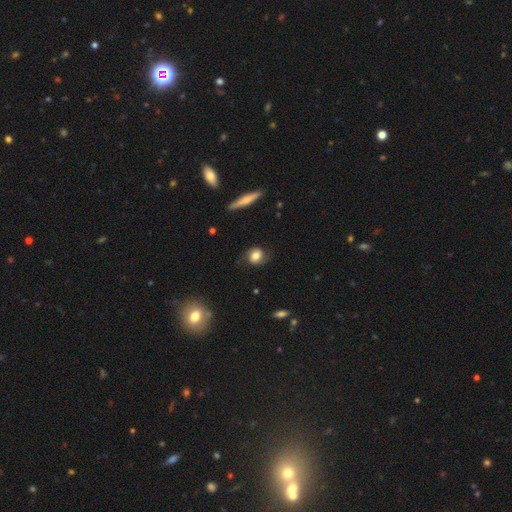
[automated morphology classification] This is possibly a featured or disk galaxy (46%). Merging: likely none (73%).